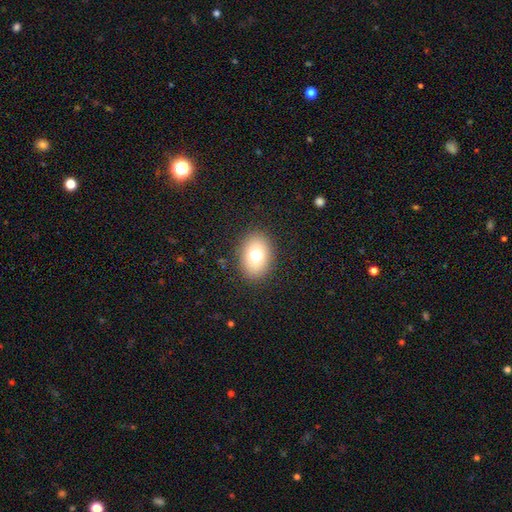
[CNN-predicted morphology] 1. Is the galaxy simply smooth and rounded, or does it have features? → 74% smooth, 14% featured or disk, 11% star or artifact.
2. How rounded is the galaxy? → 72% in between, 27% round, 1% cigar-shaped.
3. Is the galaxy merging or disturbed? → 88% none, 8% minor disturbance, 3% major disturbance, 1% merger.